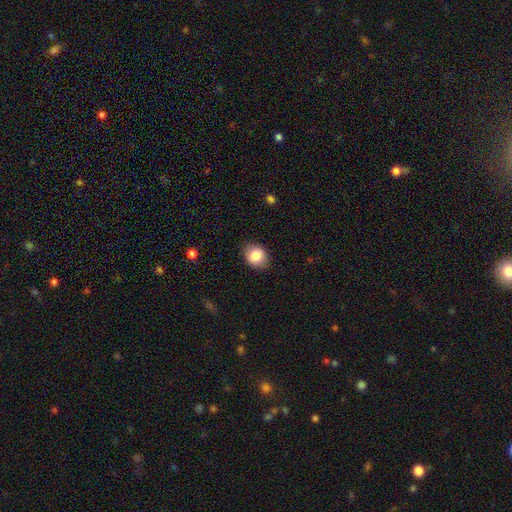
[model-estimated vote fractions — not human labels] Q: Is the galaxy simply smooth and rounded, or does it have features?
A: smooth — 83%.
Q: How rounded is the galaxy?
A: round — 53%.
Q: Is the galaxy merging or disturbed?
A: none — 85%.